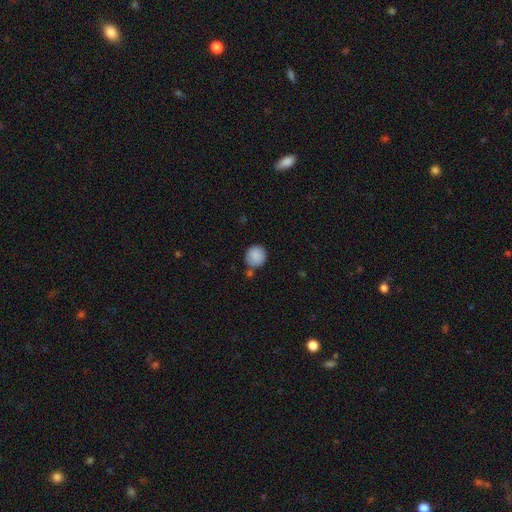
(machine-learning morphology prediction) Smooth or featured: smooth — 88% (star or artifact — 8%)
How rounded: round — 90% (in between — 9%)
Merging: none — 73% (minor disturbance — 14%)